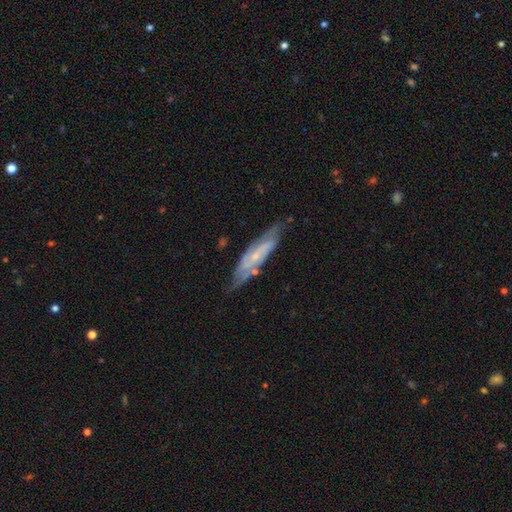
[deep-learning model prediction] Smooth or featured? Predicted: featured or disk (p=0.68). Edge-on disk? Predicted: no (p=0.63). Merging? Predicted: none (p=0.67).